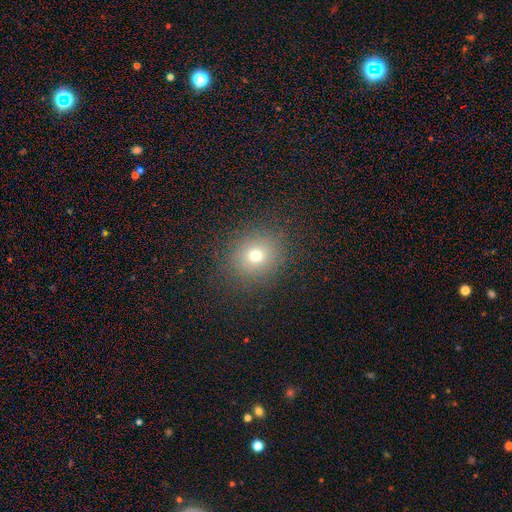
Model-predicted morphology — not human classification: smooth_or_featured: smooth (p=0.68) [alt: star or artifact p=0.20]
how_rounded: round (p=0.80) [alt: in between p=0.19]
merging: none (p=0.85) [alt: minor disturbance p=0.09]